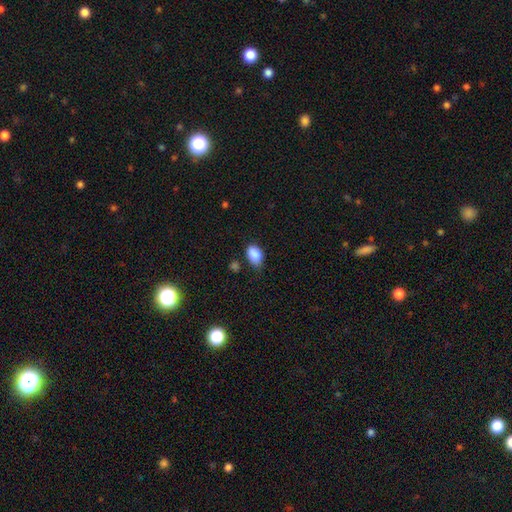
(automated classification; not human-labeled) Q: Smooth or featured?
A: smooth (87%); runner-up: star or artifact (8%)
Q: How rounded?
A: in between (86%); runner-up: round (13%)
Q: Merging?
A: none (59%); runner-up: minor disturbance (32%)